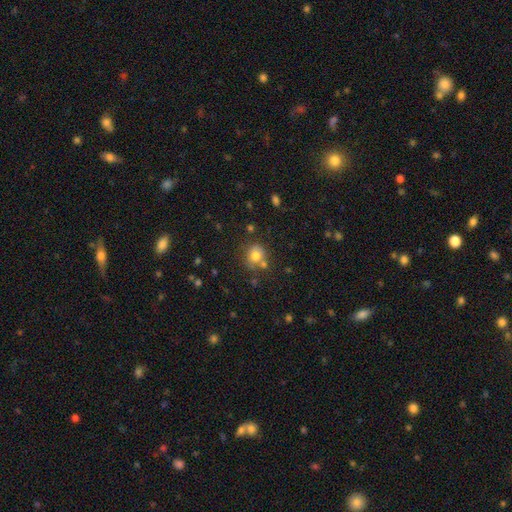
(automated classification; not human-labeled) A smooth galaxy with no disk features (76%) that is round (76%).

Vote fractions:
- Smooth or featured? smooth: 76% / featured or disk: 12% / star or artifact: 12%
- How rounded? round: 76% / in between: 23% / cigar-shaped: 1%
- Merging? none: 62% / merger: 17% / minor disturbance: 16% / major disturbance: 5%